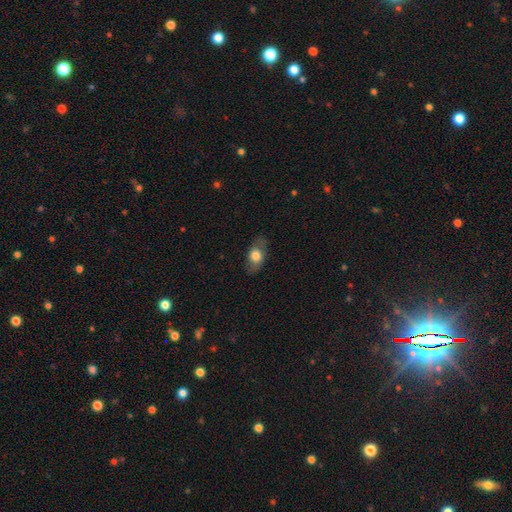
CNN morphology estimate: This is likely a smooth galaxy (68%). How rounded: clearly in between (83%). Merging: likely none (79%).